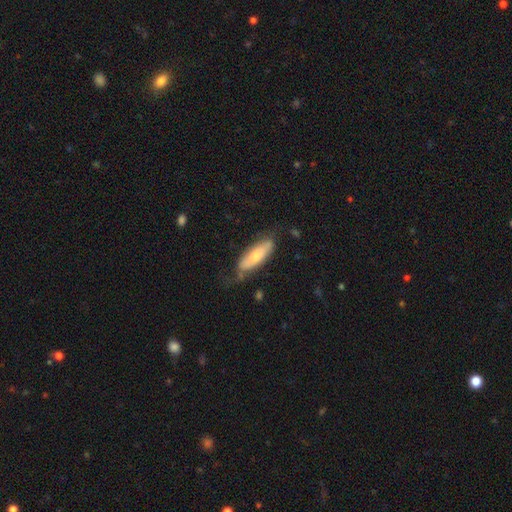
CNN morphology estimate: The model was most divided on "how rounded": in between: 58%, cigar-shaped: 40%, round: 2%. More confident: smooth or featured — smooth (61%); merging — none (59%).